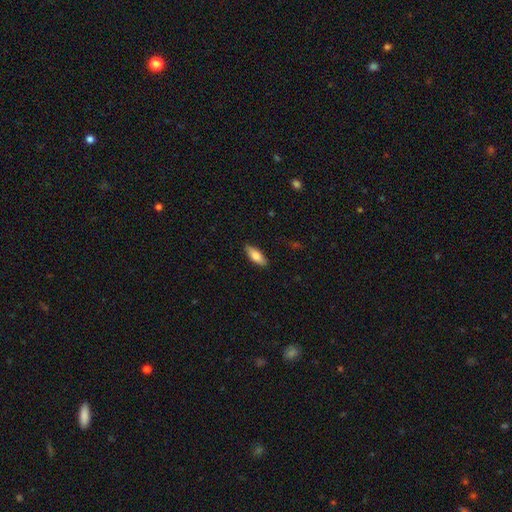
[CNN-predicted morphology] Smooth or featured?
  - smooth: 77% *
  - featured or disk: 17%
  - star or artifact: 6%
How rounded?
  - in between: 73% *
  - cigar-shaped: 25%
  - round: 2%
Merging?
  - none: 87% *
  - minor disturbance: 10%
  - major disturbance: 2%
  - merger: 1%